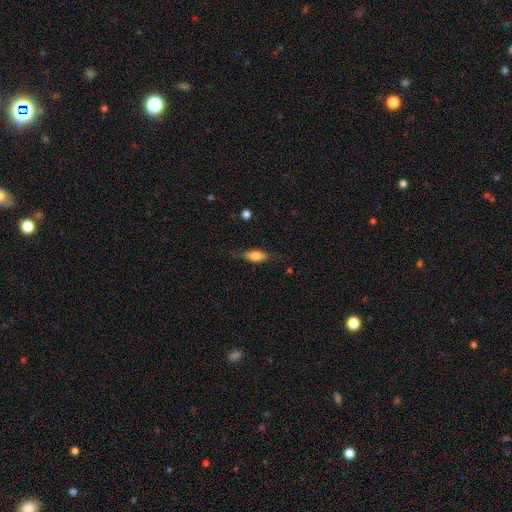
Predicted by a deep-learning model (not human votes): Q: Smooth or featured?
A: smooth (72%); runner-up: featured or disk (21%)
Q: How rounded?
A: in between (78%); runner-up: cigar-shaped (18%)
Q: Merging?
A: none (70%); runner-up: minor disturbance (21%)